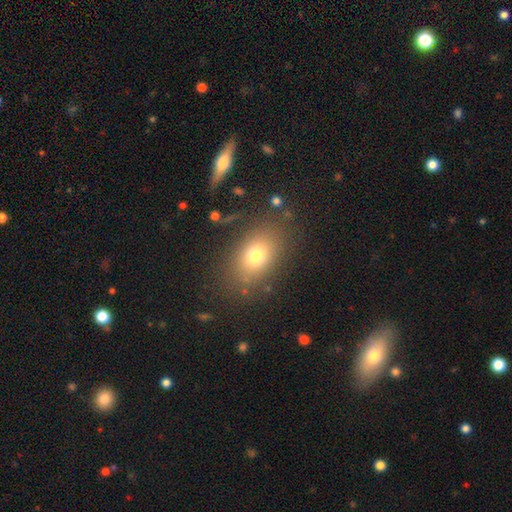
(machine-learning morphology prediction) Smooth or featured? smooth (74%)
How rounded? in between (79%)
Merging? none (81%)